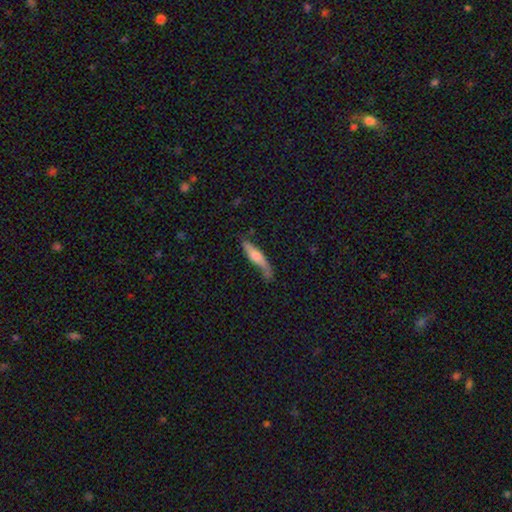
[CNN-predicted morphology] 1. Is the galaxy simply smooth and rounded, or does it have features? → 52% smooth, 42% featured or disk, 6% star or artifact.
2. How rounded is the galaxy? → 82% cigar-shaped, 16% in between, 2% round.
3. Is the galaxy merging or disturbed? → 59% none, 27% minor disturbance, 9% major disturbance, 5% merger.